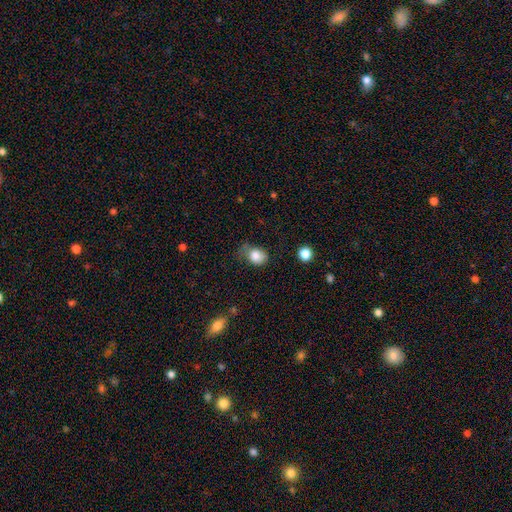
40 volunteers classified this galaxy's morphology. A smooth galaxy with no disk features (90%) that is in between round and cigar-shaped (67%).

Vote fractions:
- Smooth or featured? smooth: 90% / featured or disk: 8% / star or artifact: 2%
- How rounded? in between: 67% / round: 33% / cigar-shaped: 0%
- Merging? none: 36% (tied) / major disturbance: 36% (tied) / minor disturbance: 26% / merger: 3%